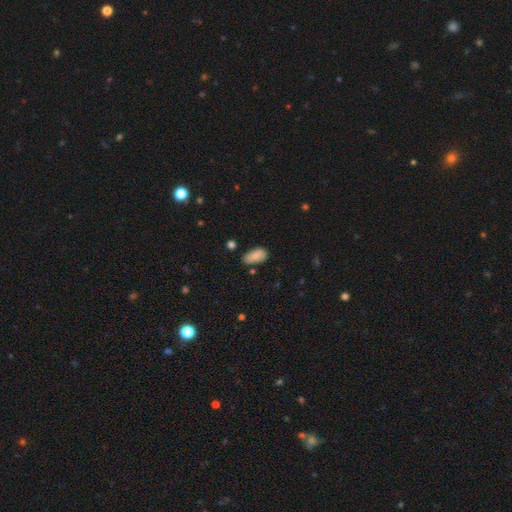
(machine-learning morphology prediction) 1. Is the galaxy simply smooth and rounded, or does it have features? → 83% smooth, 9% featured or disk, 8% star or artifact.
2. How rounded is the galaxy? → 92% in between, 4% cigar-shaped, 3% round.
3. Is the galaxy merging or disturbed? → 67% none, 24% minor disturbance, 5% major disturbance, 4% merger.